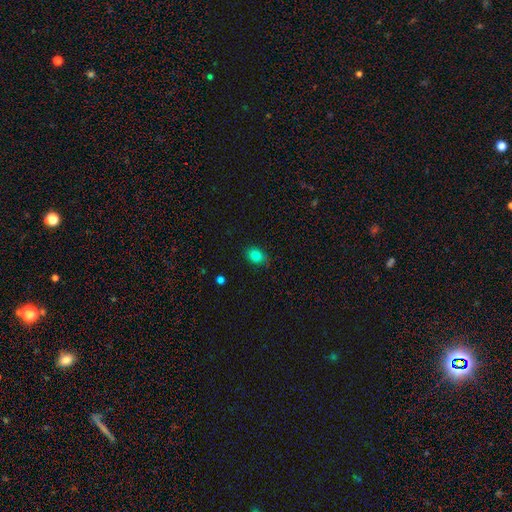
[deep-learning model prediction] Overall: smooth (82%). How rounded: in between (61%; round 38%). Merging: none (75%).